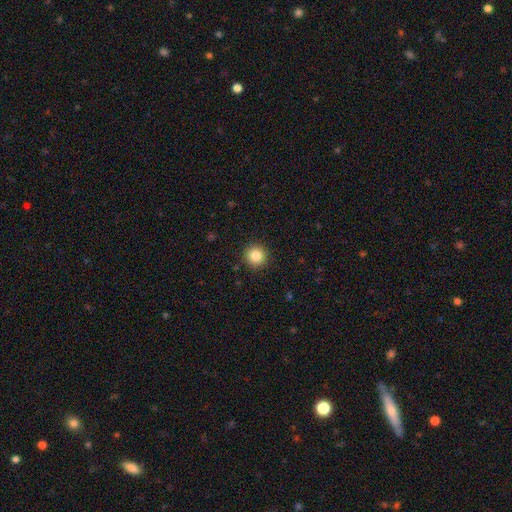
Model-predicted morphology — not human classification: A smooth galaxy with no disk features (85%) that is round (94%).

Vote fractions:
- Smooth or featured? smooth: 85% / star or artifact: 10% / featured or disk: 5%
- How rounded? round: 94% / in between: 5% / cigar-shaped: 1%
- Merging? none: 91% / minor disturbance: 6% / major disturbance: 2% / merger: 1%